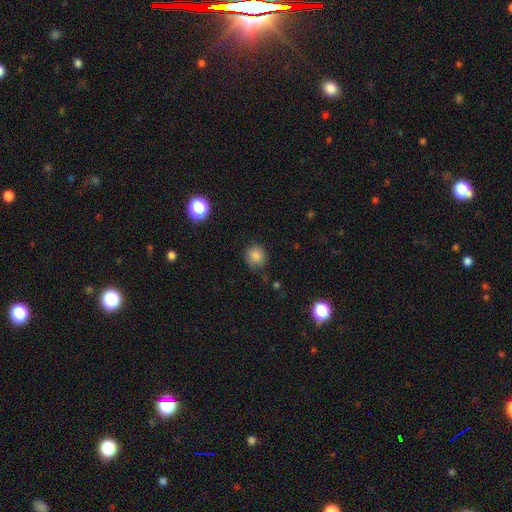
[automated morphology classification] Smooth or featured?
  - smooth: 84% *
  - star or artifact: 11%
  - featured or disk: 5%
How rounded?
  - round: 87% *
  - in between: 12%
  - cigar-shaped: 1%
Merging?
  - none: 81% *
  - minor disturbance: 14%
  - major disturbance: 3%
  - merger: 2%